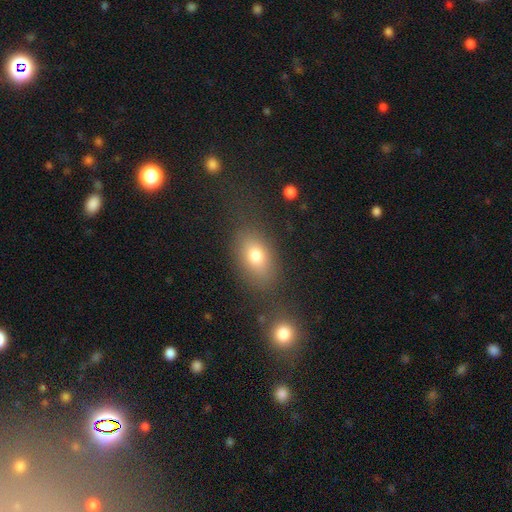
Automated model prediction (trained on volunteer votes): Smooth or featured? smooth (76%)
How rounded? in between (81%)
Merging? none (72%)